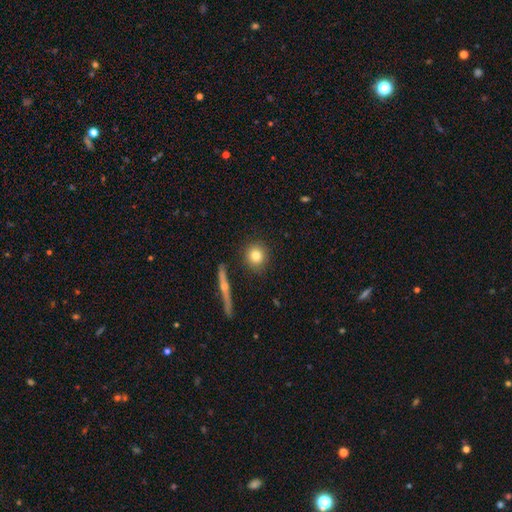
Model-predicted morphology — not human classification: Smooth or featured? smooth (78%)
How rounded? round (91%)
Merging? none (88%)